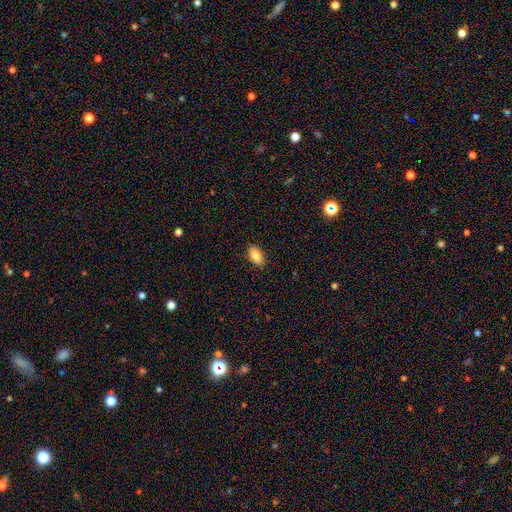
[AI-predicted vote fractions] A smooth galaxy with no disk features (86%) that is in between round and cigar-shaped (91%).

Vote fractions:
- Smooth or featured? smooth: 86% / star or artifact: 8% / featured or disk: 7%
- How rounded? in between: 91% / cigar-shaped: 5% / round: 4%
- Merging? none: 88% / minor disturbance: 9% / major disturbance: 2% / merger: 1%